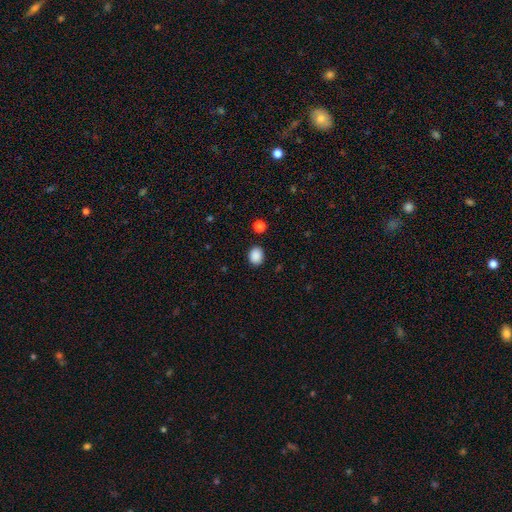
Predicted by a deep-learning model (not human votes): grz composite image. It shows a smooth galaxy with no disk features (88%) that is in between round and cigar-shaped (52%). Merging: none (87%).